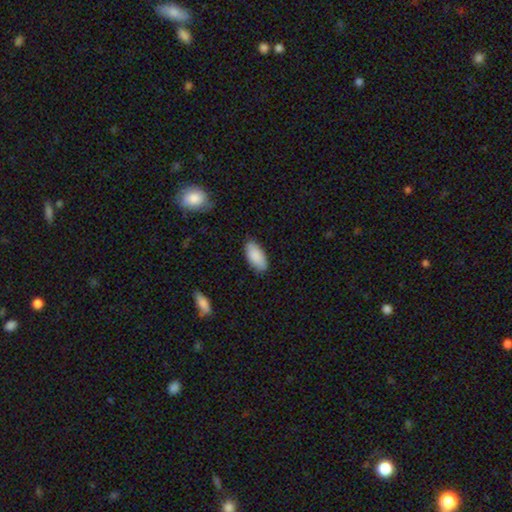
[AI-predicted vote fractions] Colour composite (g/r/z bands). It shows a smooth galaxy with no disk features (89%) that is in between round and cigar-shaped (91%). Merging: none (85%).